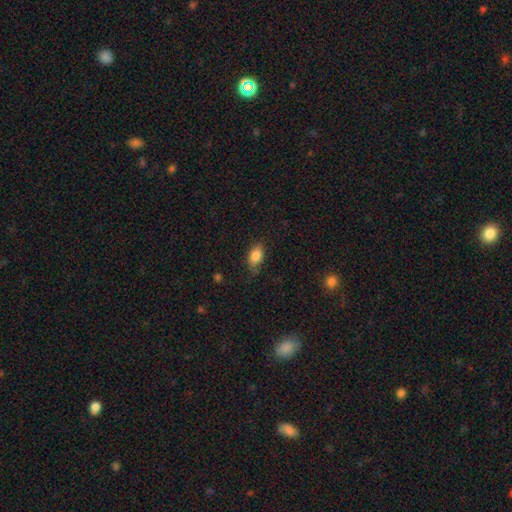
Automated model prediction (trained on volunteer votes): Smooth or featured: smooth — 84% (star or artifact — 8%)
How rounded: in between — 88% (round — 8%)
Merging: none — 72% (minor disturbance — 22%)